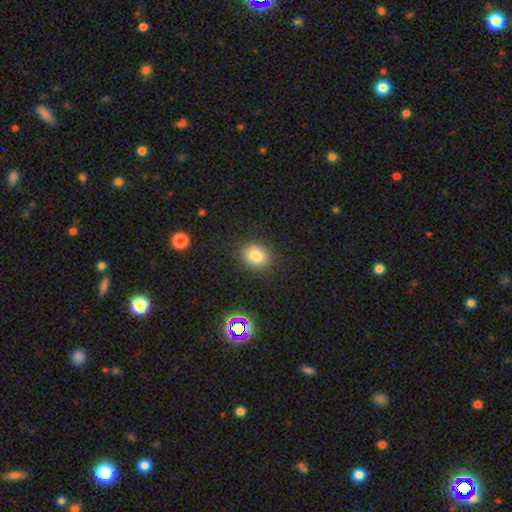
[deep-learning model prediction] Overall: smooth (81%). How rounded: round (53%; in between 46%). Merging: none (86%).